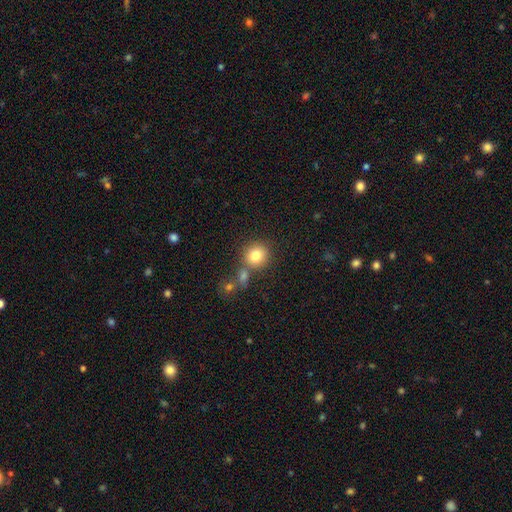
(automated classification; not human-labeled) smooth 81%, star or artifact 11%, featured or disk 8%. Down the decision tree: how rounded — round (89%); merging — none (69%).